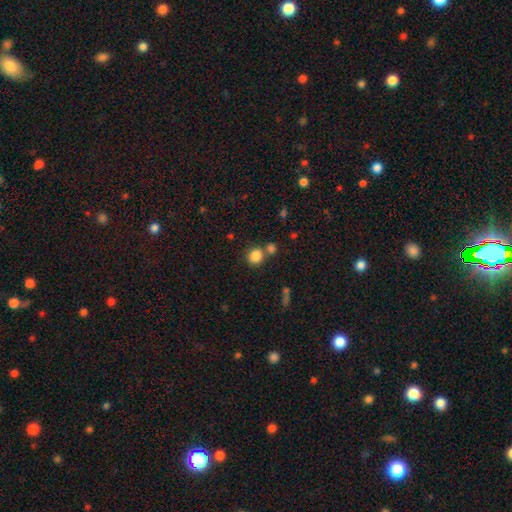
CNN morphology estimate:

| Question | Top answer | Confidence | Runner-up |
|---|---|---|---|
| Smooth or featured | smooth | 85% | star or artifact (10%) |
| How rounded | round | 79% | in between (20%) |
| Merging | none | 63% | merger (24%) |